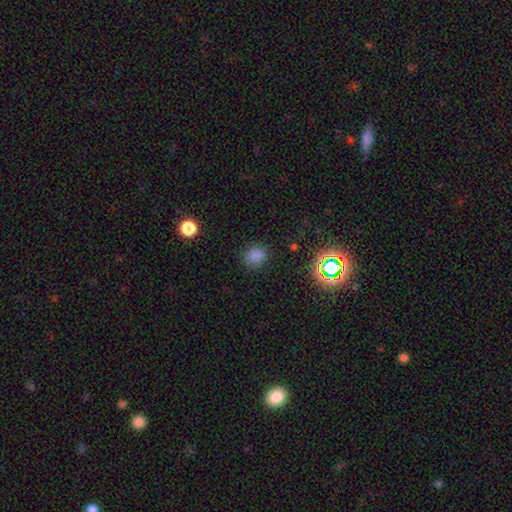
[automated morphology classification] This appears to be a smooth galaxy with no disk features (77%) that is round (74%). Merging: none (84%).